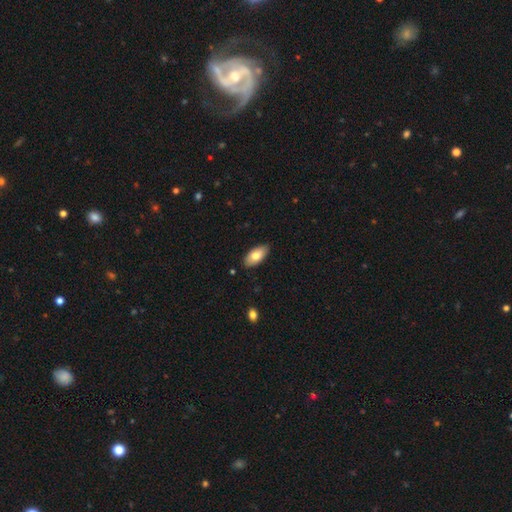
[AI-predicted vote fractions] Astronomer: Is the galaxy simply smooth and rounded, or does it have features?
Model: smooth — 75%.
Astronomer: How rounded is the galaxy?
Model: in between — 92%.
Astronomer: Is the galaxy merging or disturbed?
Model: none — 87%.